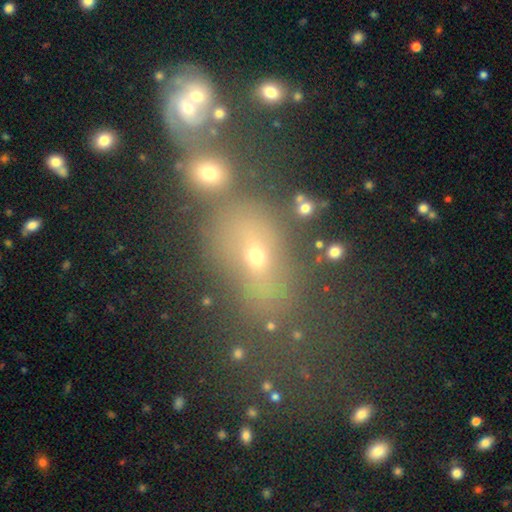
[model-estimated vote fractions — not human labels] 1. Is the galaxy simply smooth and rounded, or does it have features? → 57% smooth, 24% star or artifact, 19% featured or disk.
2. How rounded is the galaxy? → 63% in between, 32% round, 5% cigar-shaped.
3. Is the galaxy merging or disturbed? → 44% none, 33% merger, 13% minor disturbance, 10% major disturbance.